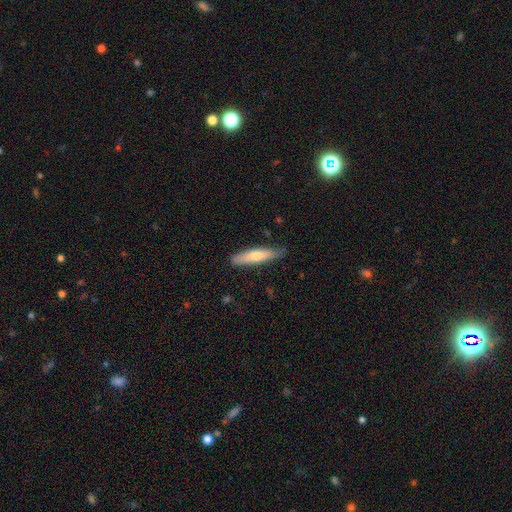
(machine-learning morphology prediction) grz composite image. It shows a smooth galaxy with no disk features (66%) that is cigar-shaped (79%). Merging: none (82%).